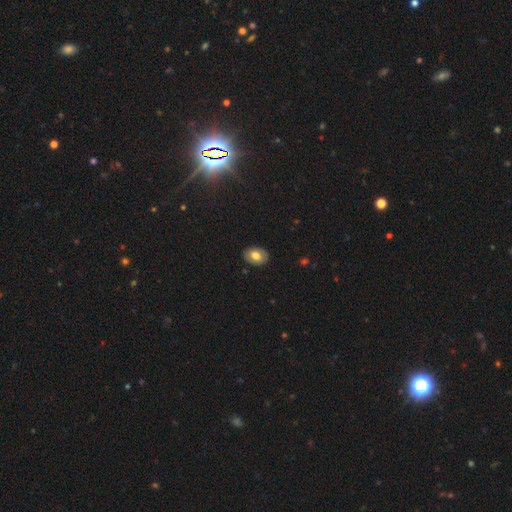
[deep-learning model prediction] smooth 72%, featured or disk 21%, star or artifact 7%. Down the decision tree: how rounded — in between (80%); merging — none (87%).